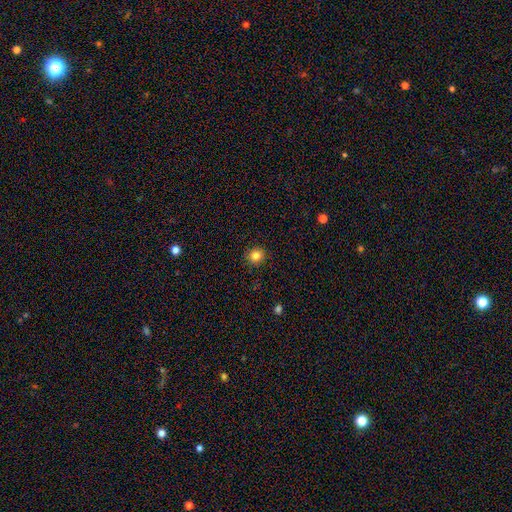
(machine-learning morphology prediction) Smooth or featured? Predicted: smooth (p=0.83). How rounded? Predicted: round (p=0.86). Merging? Predicted: none (p=0.91).